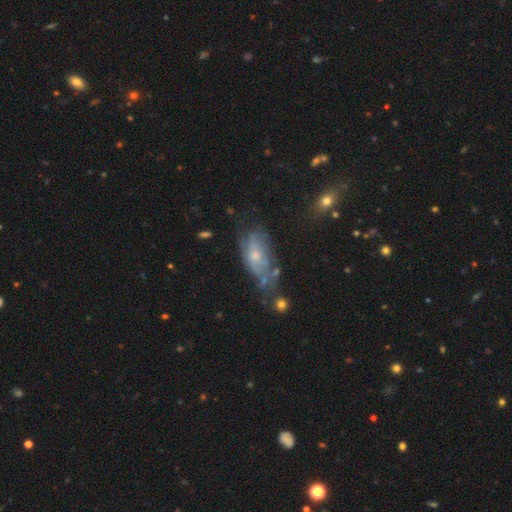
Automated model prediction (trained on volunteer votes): Smooth or featured?
  - featured or disk: 54% *
  - smooth: 37%
  - star or artifact: 9%
Edge-on disk?
  - no: 86% *
  - yes: 14%
Merging?
  - none: 39% *
  - minor disturbance: 31%
  - major disturbance: 21%
  - merger: 9%